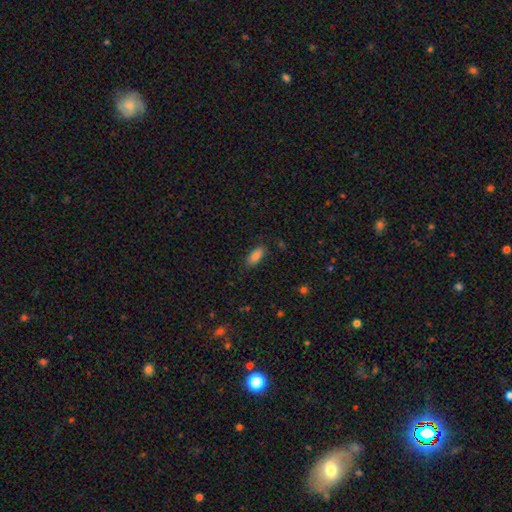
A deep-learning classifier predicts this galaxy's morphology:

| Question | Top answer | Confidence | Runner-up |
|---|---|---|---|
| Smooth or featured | smooth | 86% | star or artifact (9%) |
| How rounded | in between | 84% | cigar-shaped (13%) |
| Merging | none | 82% | minor disturbance (13%) |